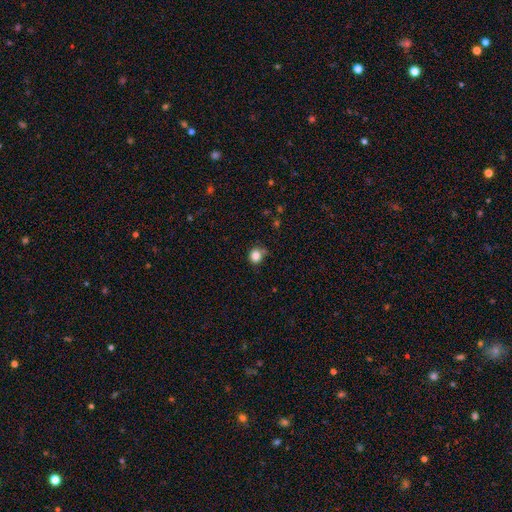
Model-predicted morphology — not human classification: smooth-or-featured: smooth: 84% | star or artifact: 11% | featured or disk: 5%
  how-rounded: round: 80% | in between: 19% | cigar-shaped: 1%
  merging: none: 69% | minor disturbance: 21% | merger: 5% | major disturbance: 5%